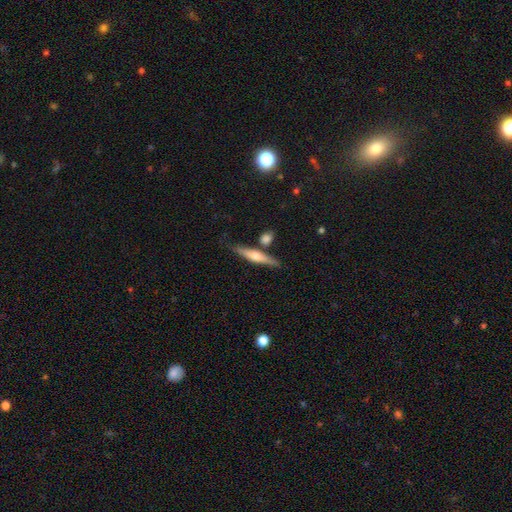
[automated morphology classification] A featured or disk galaxy (53%) viewed edge-on (95%) with a rounded central bulge (82%). Merging: none (76%).